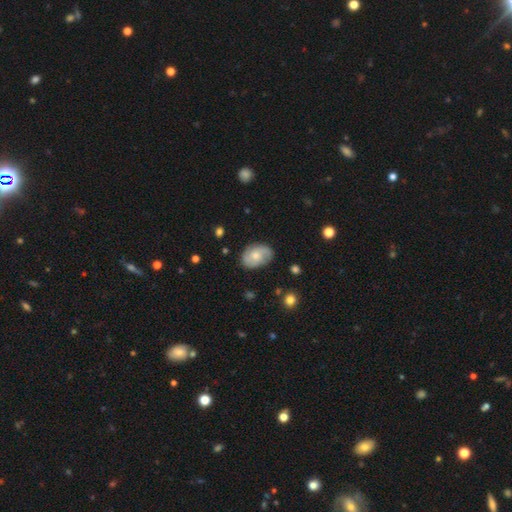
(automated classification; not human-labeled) Smooth or featured? Predicted: smooth (p=0.50). How rounded? Predicted: in between (p=0.80). Merging? Predicted: none (p=0.75).